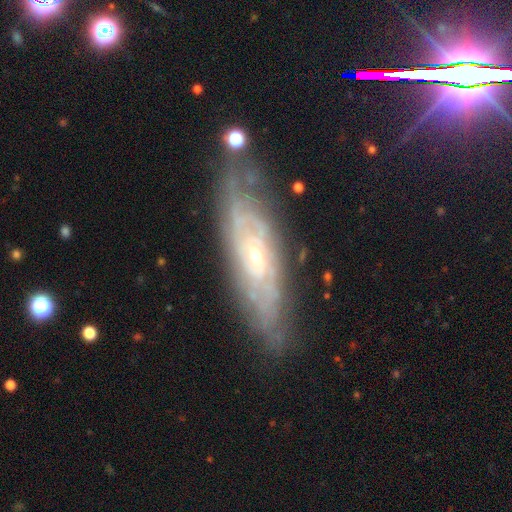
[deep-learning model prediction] The model was most divided on "bar": no: 68%, weak: 25%, strong: 7%. More confident: spiral arms — yes (92%); smooth or featured — featured or disk (82%); edge-on disk — no (80%); merging — none (74%); spiral winding — tight (73%); bulge size — small (73%); spiral arm count — can't tell (58%).